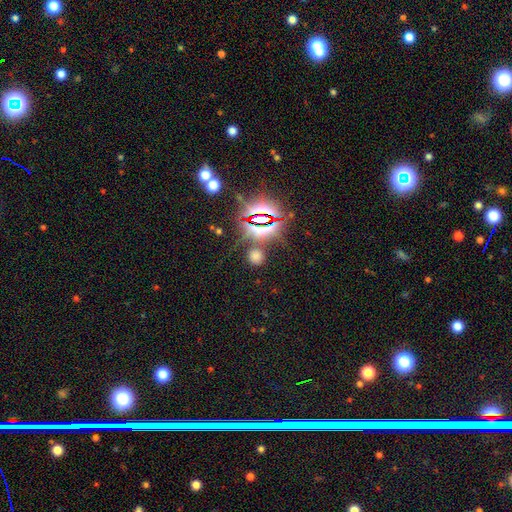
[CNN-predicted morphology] This appears to be a smooth galaxy with no disk features (56%) that is round (86%). Merging: none (80%).